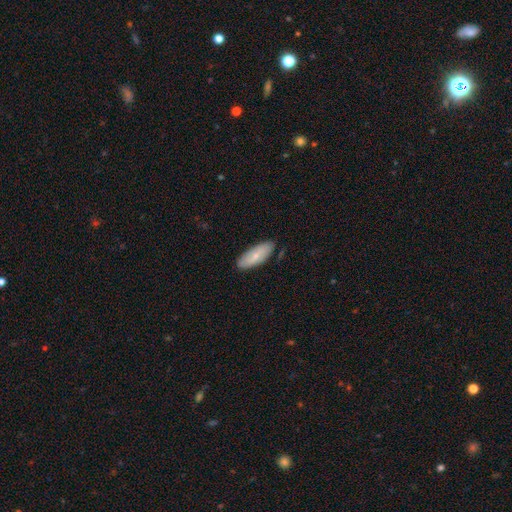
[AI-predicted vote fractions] Q: Smooth or featured?
A: smooth (67%); runner-up: featured or disk (28%)
Q: How rounded?
A: in between (75%); runner-up: cigar-shaped (23%)
Q: Merging?
A: none (84%); runner-up: minor disturbance (12%)